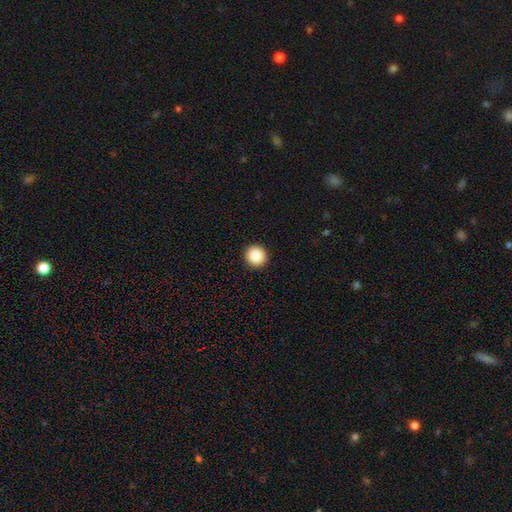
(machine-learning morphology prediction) Overall: smooth (88%). How rounded: round (94%). Merging: none (94%).